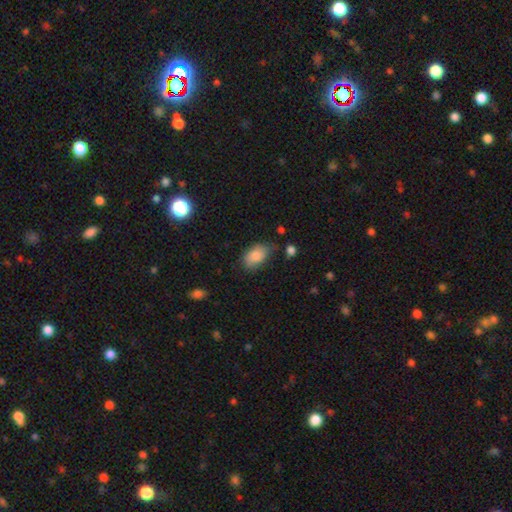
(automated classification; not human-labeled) Smooth or featured?
  - smooth: 85% *
  - featured or disk: 7%
  - star or artifact: 7%
How rounded?
  - in between: 90% *
  - round: 8%
  - cigar-shaped: 1%
Merging?
  - none: 62% *
  - minor disturbance: 28%
  - major disturbance: 7%
  - merger: 3%